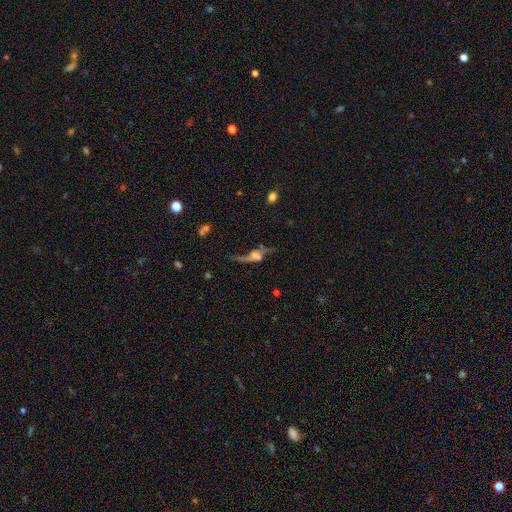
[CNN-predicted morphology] A featured or disk galaxy (65%). Merging: none (38%).